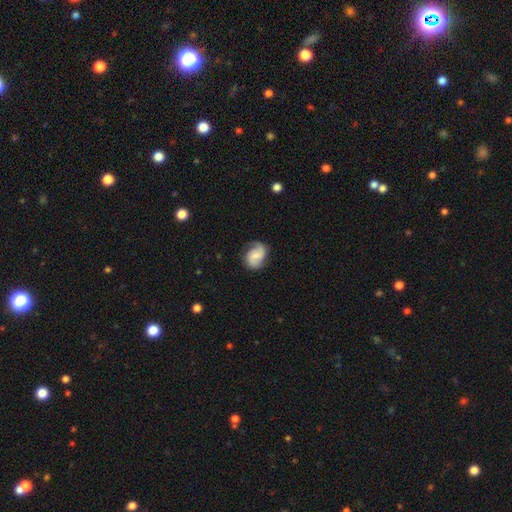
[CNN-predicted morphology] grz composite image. It shows a featured or disk galaxy (60%) with no bar (48%), 2 (84%) medium (43%) spiral arms (92%) and a small central bulge (48%). Merging: none (73%).